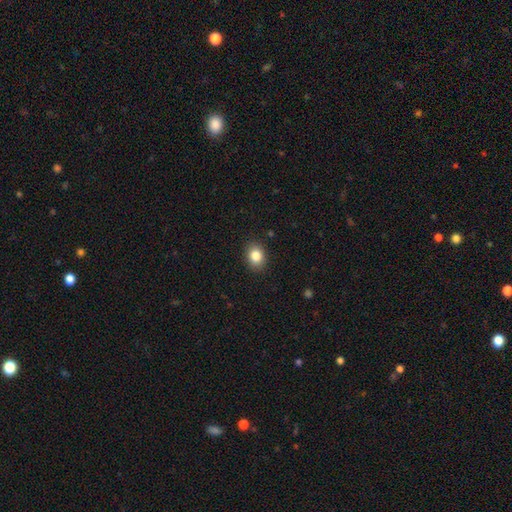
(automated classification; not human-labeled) Morphology: type=smooth (85%); roundness=in between (56%); merging=none (89%).